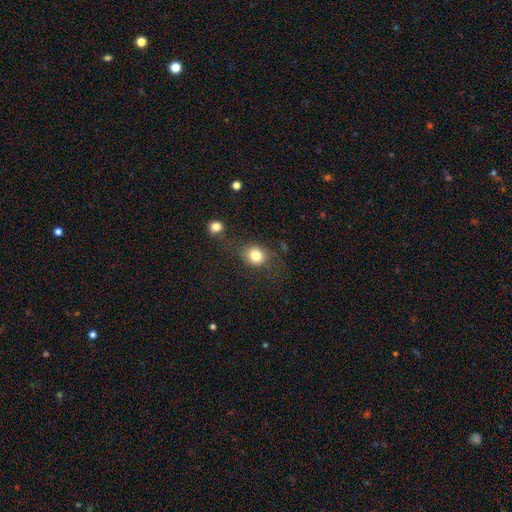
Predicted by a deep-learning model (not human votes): smooth 80%, star or artifact 11%, featured or disk 9%. Down the decision tree: how rounded — round (70%); merging — none (62%).